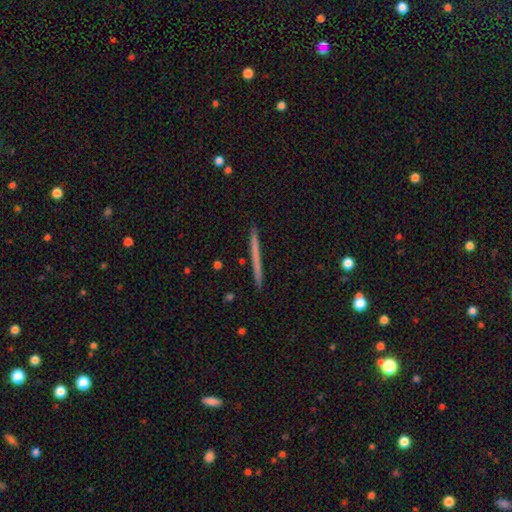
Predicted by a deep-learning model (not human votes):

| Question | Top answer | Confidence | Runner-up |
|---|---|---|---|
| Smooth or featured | smooth | 52% | featured or disk (42%) |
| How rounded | cigar-shaped | 96% | round (2%) |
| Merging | none | 92% | minor disturbance (5%) |